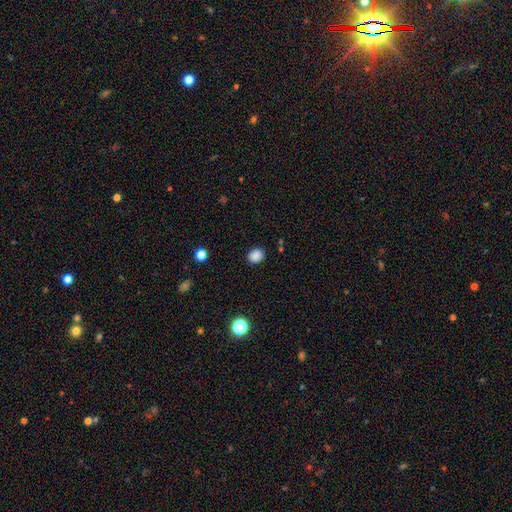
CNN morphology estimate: A smooth galaxy with no disk features (86%) that is round (69%).

Vote fractions:
- Smooth or featured? smooth: 86% / star or artifact: 11% / featured or disk: 3%
- How rounded? round: 69% / in between: 30% / cigar-shaped: 1%
- Merging? none: 86% / minor disturbance: 9% / major disturbance: 3% / merger: 2%